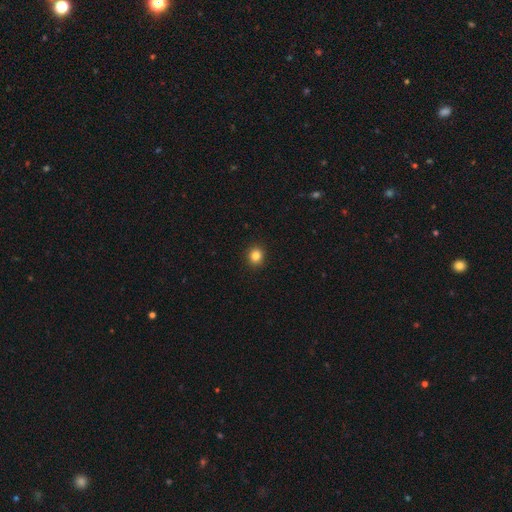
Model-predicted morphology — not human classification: Q: Smooth or featured?
A: smooth (84%); runner-up: star or artifact (11%)
Q: How rounded?
A: round (83%); runner-up: in between (16%)
Q: Merging?
A: none (92%); runner-up: minor disturbance (5%)